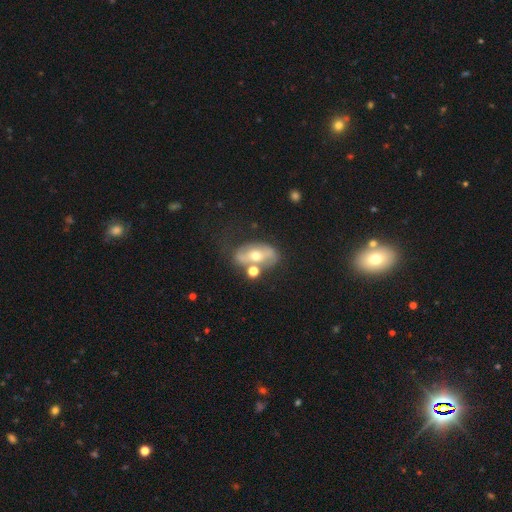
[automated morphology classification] type=featured or disk (60%); edge-on=no (89%); bar=no (40%); spiral arms=no (52%); bulge=moderate (69%); merging=none (57%).